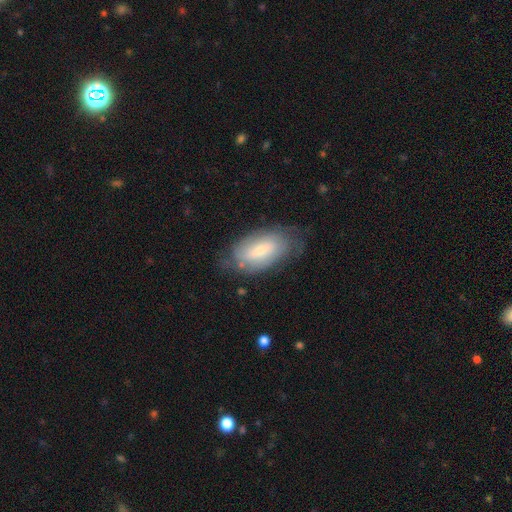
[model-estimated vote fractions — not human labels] The model was most divided on "smooth or featured": featured or disk: 51%, smooth: 40%, star or artifact: 8%. More confident: edge-on disk — no (90%); merging — none (70%).